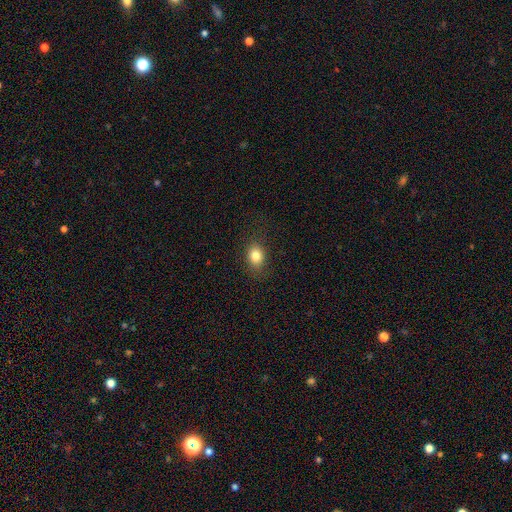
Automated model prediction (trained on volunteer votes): smooth 82%, star or artifact 10%, featured or disk 7%. Down the decision tree: how rounded — in between (57%); merging — none (83%).